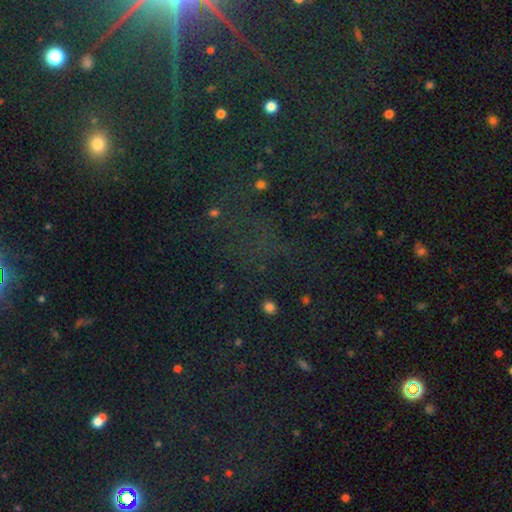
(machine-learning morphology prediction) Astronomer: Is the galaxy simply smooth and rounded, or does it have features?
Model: star or artifact — 73%.